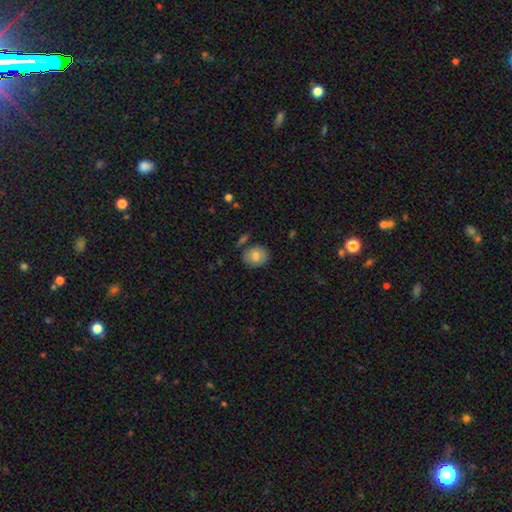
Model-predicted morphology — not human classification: Smooth or featured? Predicted: smooth (p=0.80). How rounded? Predicted: round (p=0.52). Merging? Predicted: none (p=0.76).